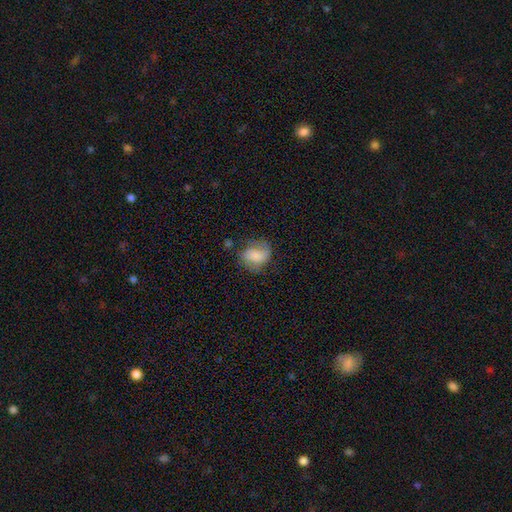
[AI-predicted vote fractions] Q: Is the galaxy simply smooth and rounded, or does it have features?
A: smooth — 65%.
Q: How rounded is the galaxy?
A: in between — 59%.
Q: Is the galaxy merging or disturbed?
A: none — 53%.